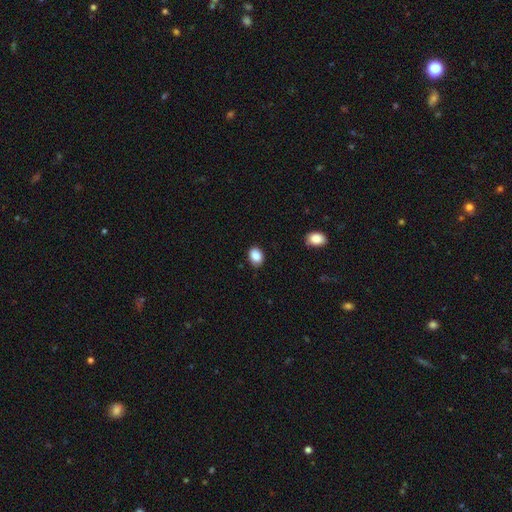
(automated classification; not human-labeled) Smooth or featured: smooth — 88% (star or artifact — 9%)
How rounded: in between — 66% (round — 33%)
Merging: none — 84% (minor disturbance — 12%)